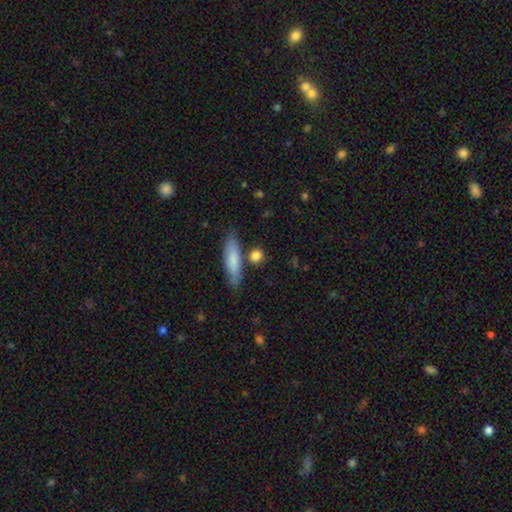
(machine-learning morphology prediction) Smooth or featured? smooth (83%)
How rounded? round (50%)
Merging? none (75%)